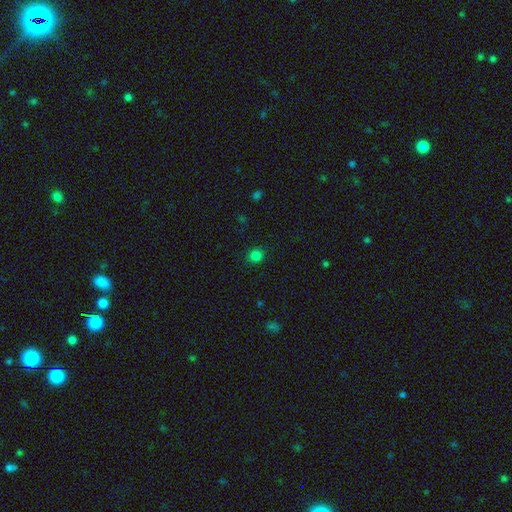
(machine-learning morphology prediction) Q: Smooth or featured?
A: smooth (81%); runner-up: star or artifact (16%)
Q: How rounded?
A: round (85%); runner-up: in between (15%)
Q: Merging?
A: none (88%); runner-up: minor disturbance (8%)